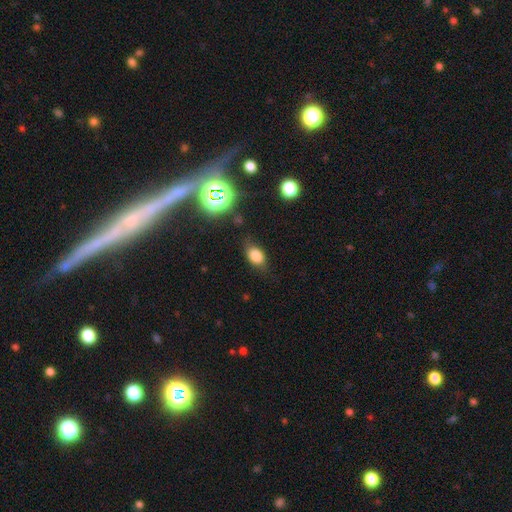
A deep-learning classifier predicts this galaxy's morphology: Smooth or featured?
  - smooth: 76% *
  - star or artifact: 15%
  - featured or disk: 9%
How rounded?
  - in between: 82% *
  - round: 16%
  - cigar-shaped: 2%
Merging?
  - none: 74% *
  - minor disturbance: 18%
  - major disturbance: 6%
  - merger: 2%